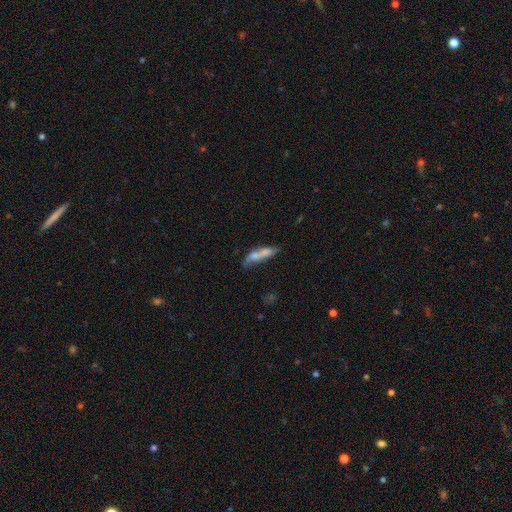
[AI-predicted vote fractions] This appears to be a smooth galaxy with no disk features (54%) that is cigar-shaped (65%). Merging: none (34%).